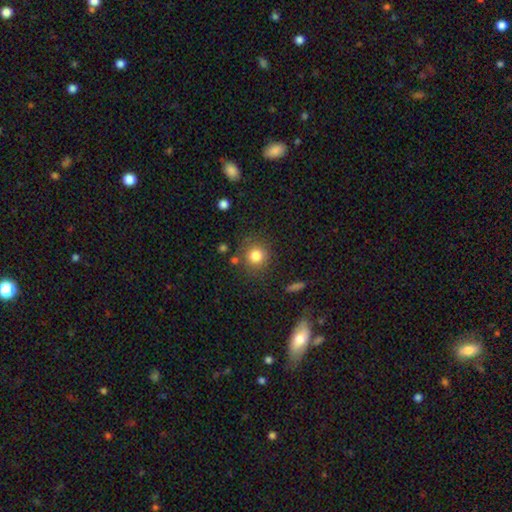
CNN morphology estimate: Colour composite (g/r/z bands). It shows a smooth galaxy with no disk features (81%) that is round (90%). Merging: none (79%).